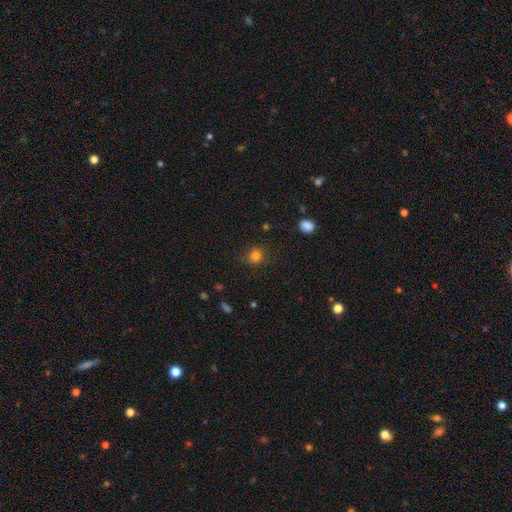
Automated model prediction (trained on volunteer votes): A smooth galaxy with no disk features (82%) that is round (80%).

Vote fractions:
- Smooth or featured? smooth: 82% / star or artifact: 13% / featured or disk: 5%
- How rounded? round: 80% / in between: 19% / cigar-shaped: 1%
- Merging? none: 80% / minor disturbance: 14% / major disturbance: 4% / merger: 1%